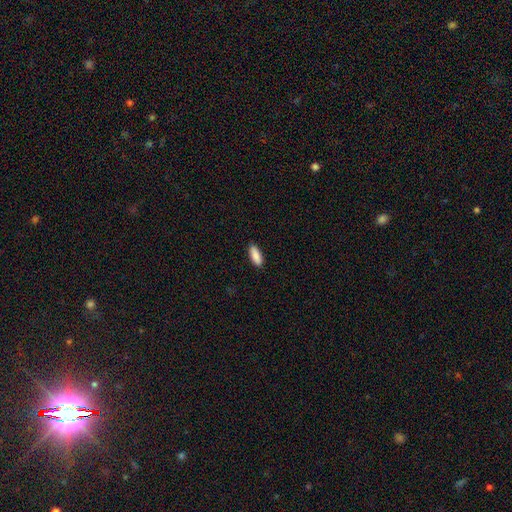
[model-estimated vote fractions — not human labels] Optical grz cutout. It shows a smooth galaxy with no disk features (90%) that is in between round and cigar-shaped (75%). Merging: none (89%).